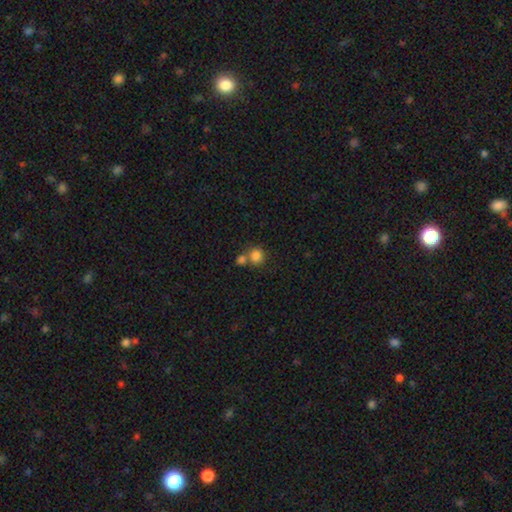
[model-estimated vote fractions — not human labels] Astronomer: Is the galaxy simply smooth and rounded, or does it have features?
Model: smooth — 83%.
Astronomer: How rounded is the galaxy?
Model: round — 86%.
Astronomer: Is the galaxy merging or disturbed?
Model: none — 52% (runner-up: merger, 37%).